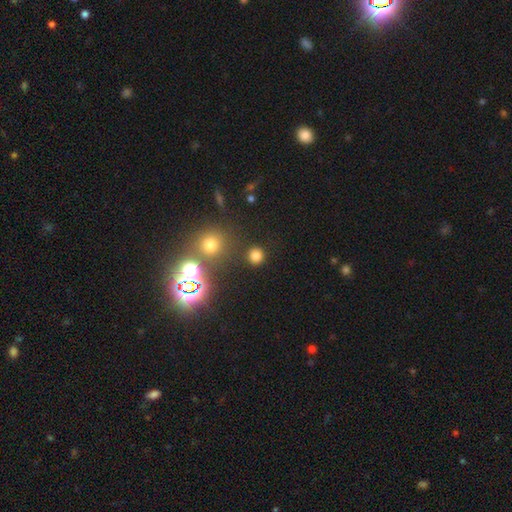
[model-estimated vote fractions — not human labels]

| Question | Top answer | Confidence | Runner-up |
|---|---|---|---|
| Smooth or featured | smooth | 73% | star or artifact (22%) |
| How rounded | round | 91% | in between (8%) |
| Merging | none | 87% | minor disturbance (7%) |